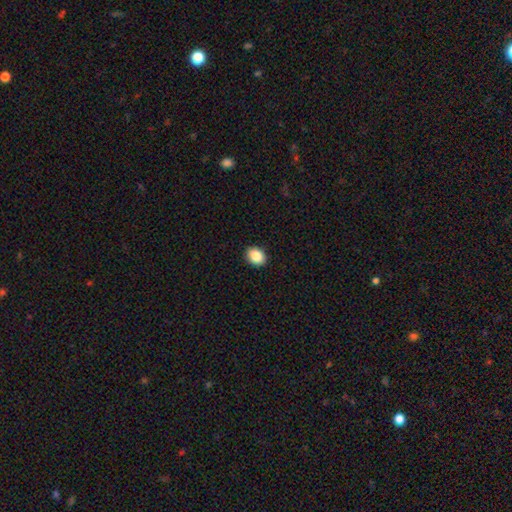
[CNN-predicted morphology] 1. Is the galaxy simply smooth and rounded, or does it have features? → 88% smooth, 8% star or artifact, 4% featured or disk.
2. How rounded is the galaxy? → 58% in between, 41% round, 1% cigar-shaped.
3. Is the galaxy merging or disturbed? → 91% none, 6% minor disturbance, 2% major disturbance, 1% merger.